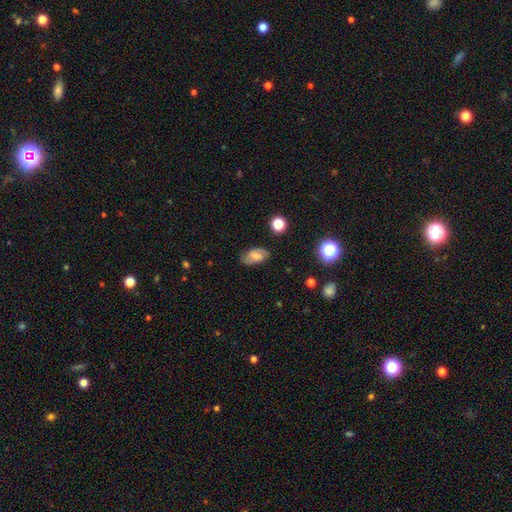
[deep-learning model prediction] smooth_or_featured: featured or disk (p=0.45) [alt: smooth p=0.44]
merging: none (p=0.77) [alt: minor disturbance p=0.17]